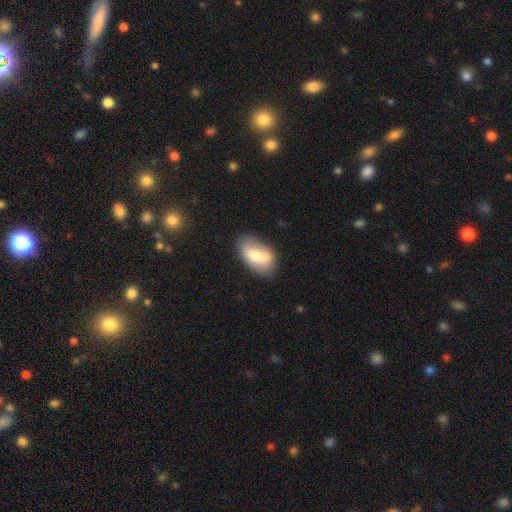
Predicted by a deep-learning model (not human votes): smooth 64%, featured or disk 29%, star or artifact 7%. Down the decision tree: how rounded — in between (92%); merging — none (49%).